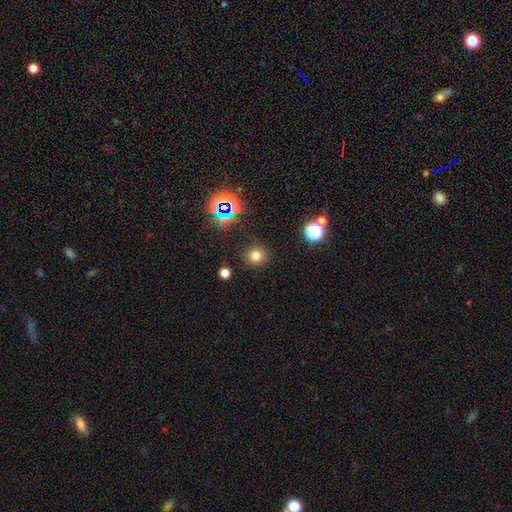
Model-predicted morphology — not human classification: smooth_or_featured: smooth (p=0.72) [alt: star or artifact p=0.21]
how_rounded: round (p=0.90) [alt: in between p=0.09]
merging: none (p=0.88) [alt: minor disturbance p=0.07]